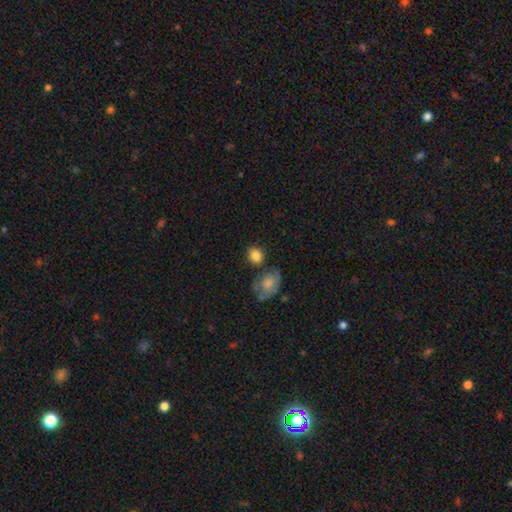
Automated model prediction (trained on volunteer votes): Smooth or featured: smooth — 85% (star or artifact — 8%)
How rounded: round — 67% (in between — 32%)
Merging: none — 71% (minor disturbance — 13%)